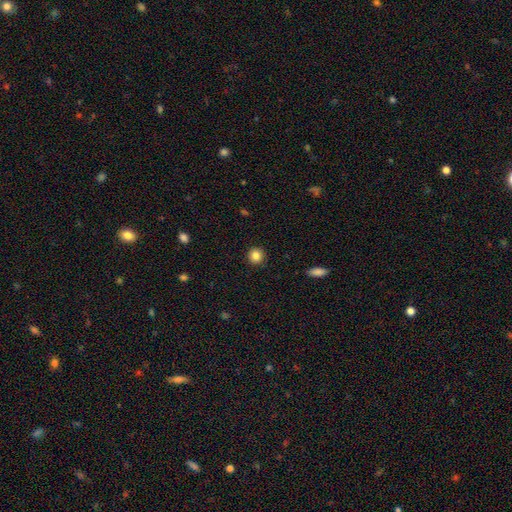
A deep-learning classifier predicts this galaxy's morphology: The model was most divided on "smooth or featured": smooth: 84%, star or artifact: 10%, featured or disk: 5%. More confident: merging — none (92%); how rounded — round (91%).